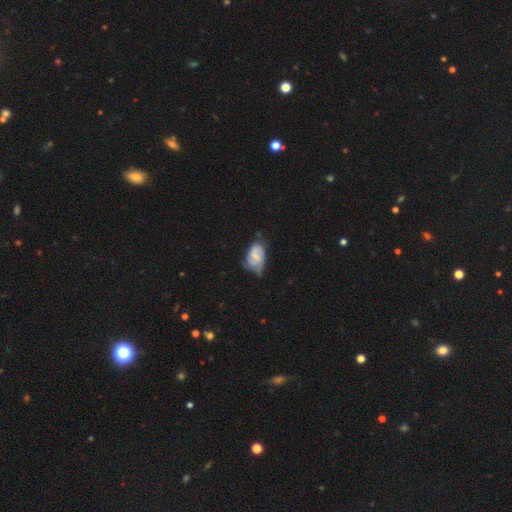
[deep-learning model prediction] Smooth or featured: featured or disk — 57% (smooth — 35%)
Edge-on disk: no — 97% (yes — 3%)
Bar: weak — 47% (no — 39%)
Spiral arms: yes — 81% (no — 19%)
Bulge size: small — 43% (none — 31%)
Merging: none — 41% (minor disturbance — 37%)